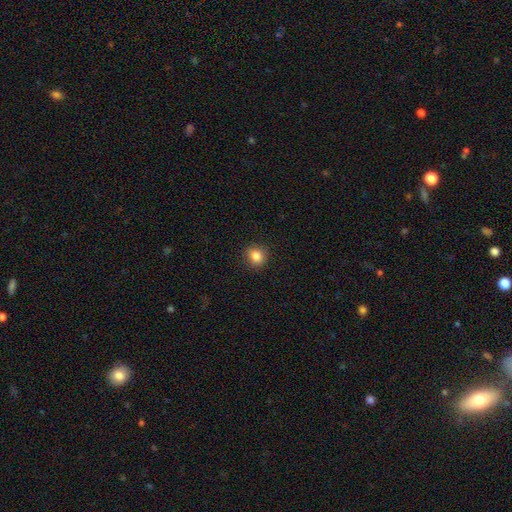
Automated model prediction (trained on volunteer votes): Smooth or featured: smooth — 84% (star or artifact — 10%)
How rounded: round — 81% (in between — 18%)
Merging: none — 89% (minor disturbance — 8%)